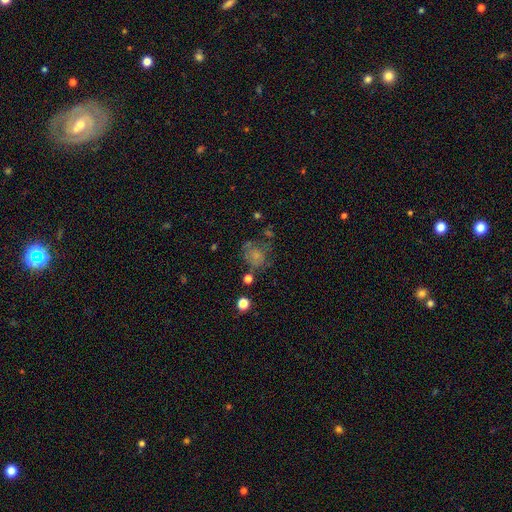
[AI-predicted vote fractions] smooth_or_featured: smooth (p=0.60) [alt: featured or disk p=0.25]
how_rounded: round (p=0.67) [alt: in between p=0.32]
merging: none (p=0.45) [alt: minor disturbance p=0.23]